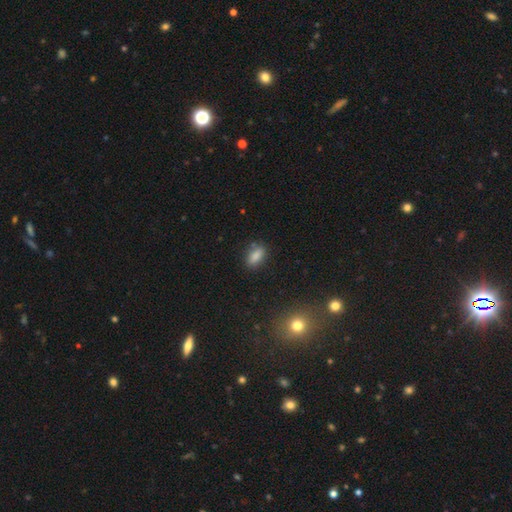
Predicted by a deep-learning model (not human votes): Morphology: type=smooth (85%); roundness=in between (87%); merging=none (79%).